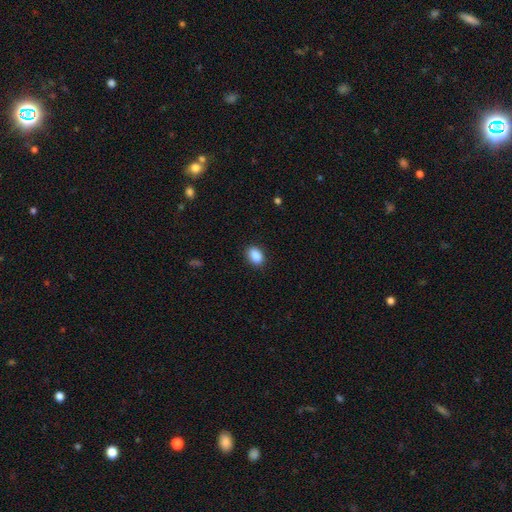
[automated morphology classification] Smooth or featured? smooth (89%)
How rounded? in between (84%)
Merging? none (85%)